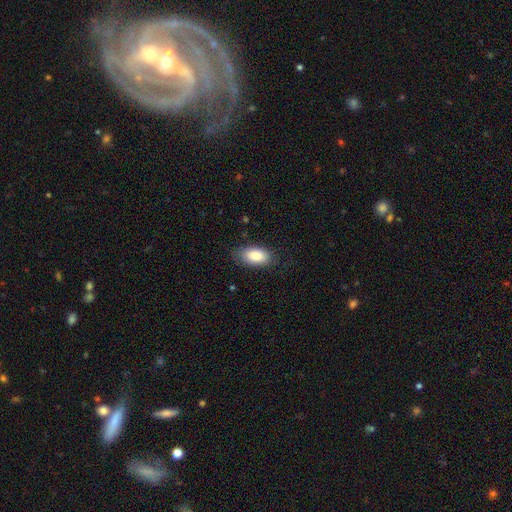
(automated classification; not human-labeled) smooth_or_featured: smooth (p=0.85) [alt: featured or disk p=0.08]
how_rounded: in between (p=0.93) [alt: round p=0.04]
merging: none (p=0.79) [alt: minor disturbance p=0.16]